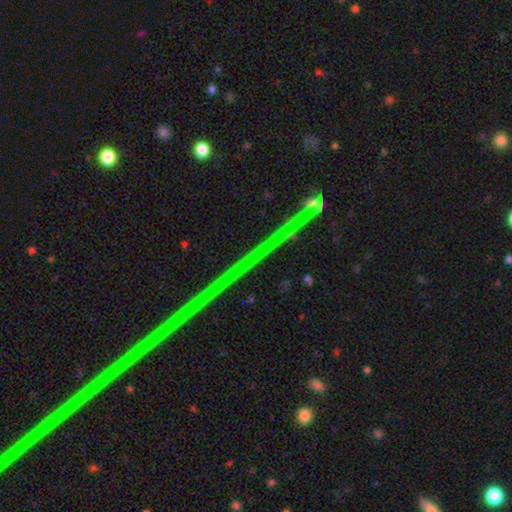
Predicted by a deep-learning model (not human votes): smooth_or_featured: star or artifact (p=0.82) [alt: featured or disk p=0.12]